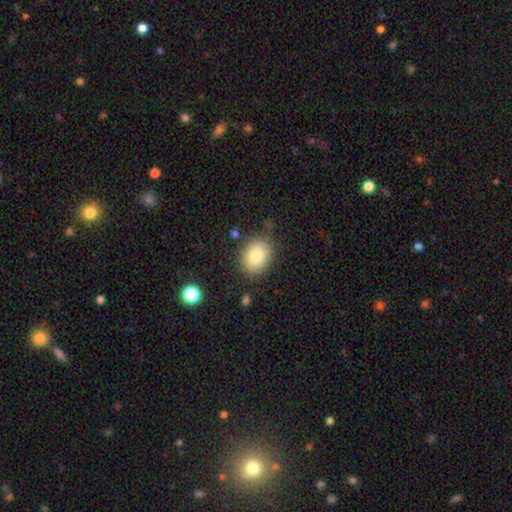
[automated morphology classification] This appears to be a smooth galaxy with no disk features (82%) that is in between round and cigar-shaped (58%). Merging: none (80%).